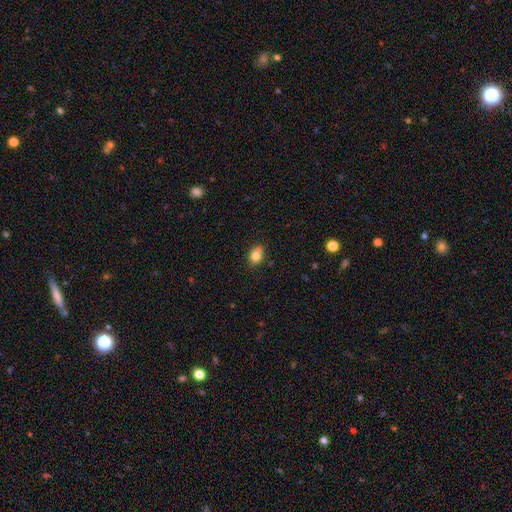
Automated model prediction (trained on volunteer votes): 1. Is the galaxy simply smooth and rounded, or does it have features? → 81% smooth, 9% star or artifact, 9% featured or disk.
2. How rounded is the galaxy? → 71% in between, 27% round, 2% cigar-shaped.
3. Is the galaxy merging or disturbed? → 78% none, 17% minor disturbance, 3% major disturbance, 2% merger.